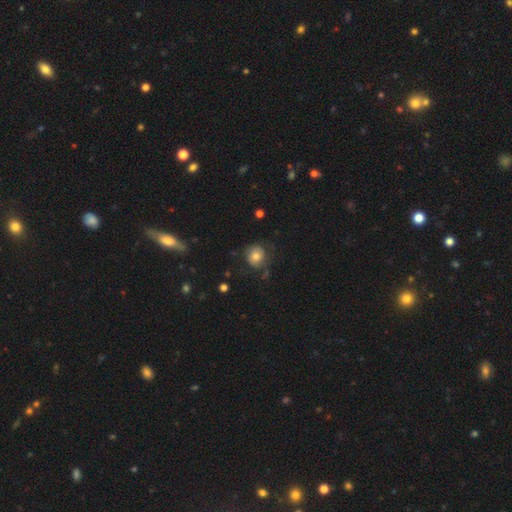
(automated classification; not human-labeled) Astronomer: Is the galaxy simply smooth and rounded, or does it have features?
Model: smooth — 68%.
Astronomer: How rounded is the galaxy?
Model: round — 84%.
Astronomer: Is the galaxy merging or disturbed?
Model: none — 63%.